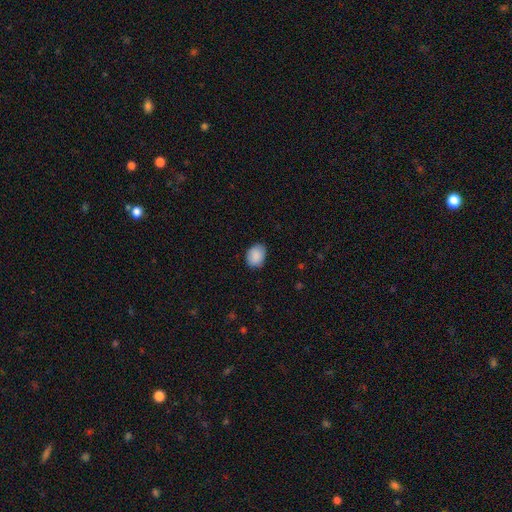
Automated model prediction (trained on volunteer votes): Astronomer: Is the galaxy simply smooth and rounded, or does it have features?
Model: smooth — 89%.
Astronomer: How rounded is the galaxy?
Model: in between — 63%.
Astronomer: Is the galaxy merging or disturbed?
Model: none — 76%.